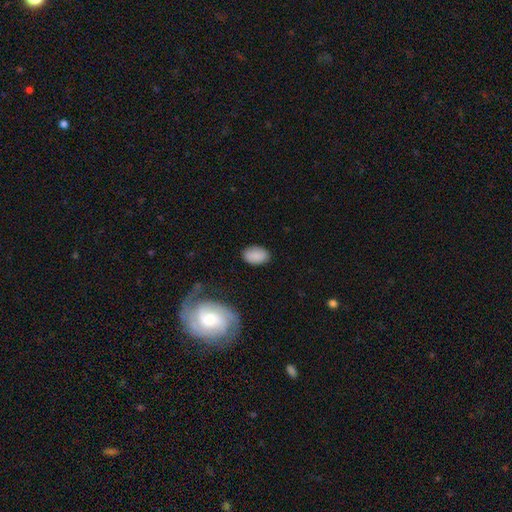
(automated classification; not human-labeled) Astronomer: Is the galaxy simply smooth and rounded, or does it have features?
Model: smooth — 86%.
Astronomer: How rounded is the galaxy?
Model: in between — 91%.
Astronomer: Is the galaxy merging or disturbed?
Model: none — 83%.